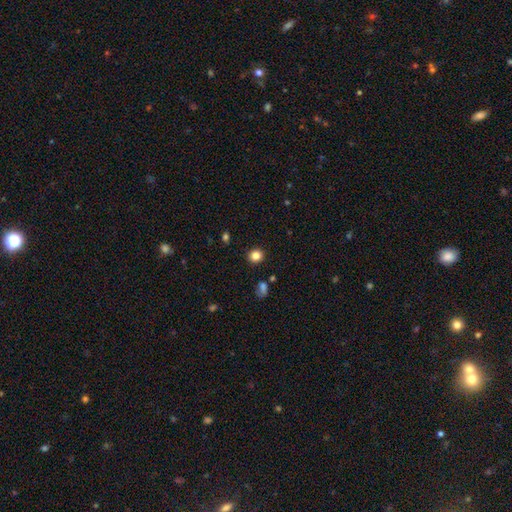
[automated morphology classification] smooth-or-featured: smooth: 83% | star or artifact: 12% | featured or disk: 5%
  how-rounded: round: 87% | in between: 12% | cigar-shaped: 1%
  merging: none: 91% | minor disturbance: 5% | major disturbance: 2% | merger: 2%